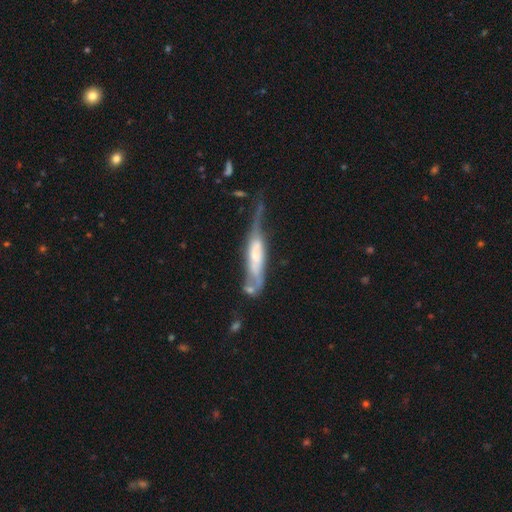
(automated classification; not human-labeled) smooth-or-featured: featured or disk: 59% | smooth: 34% | star or artifact: 6%
  disk-edge-on: yes: 56% | no: 44%
  merging: major disturbance: 35% | minor disturbance: 26% | none: 23% | merger: 17%